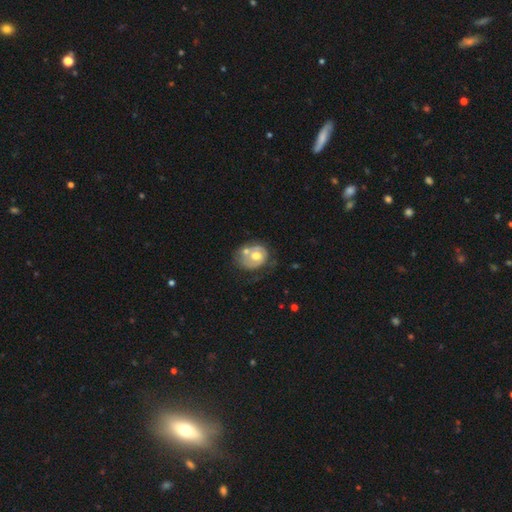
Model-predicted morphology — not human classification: Smooth or featured? featured or disk (52%)
Edge-on disk? no (97%)
Bar? no (83%)
Spiral arms? no (59%)
Bulge size? moderate (72%)
Merging? none (34%)